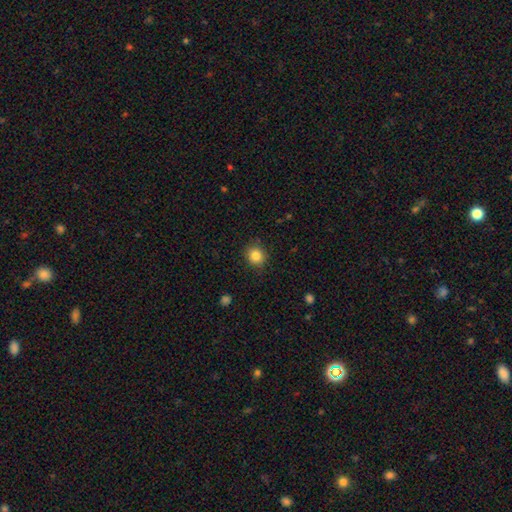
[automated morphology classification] A smooth galaxy with no disk features (84%) that is round (83%).

Vote fractions:
- Smooth or featured? smooth: 84% / star or artifact: 10% / featured or disk: 6%
- How rounded? round: 83% / in between: 16% / cigar-shaped: 1%
- Merging? none: 89% / minor disturbance: 8% / major disturbance: 2% / merger: 1%